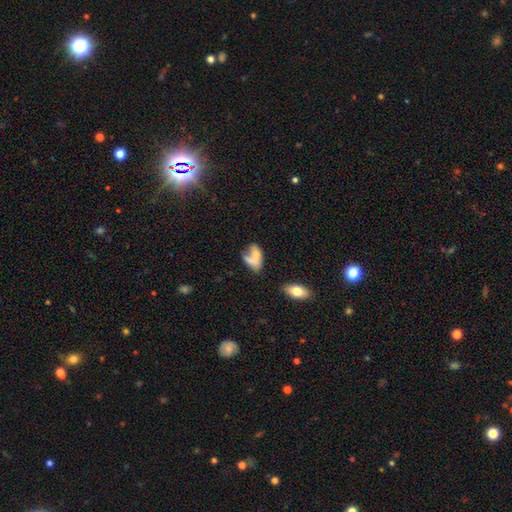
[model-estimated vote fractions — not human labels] Q: Smooth or featured?
A: smooth (61%); runner-up: featured or disk (29%)
Q: How rounded?
A: in between (84%); runner-up: round (11%)
Q: Merging?
A: merger (36%); runner-up: none (26%)